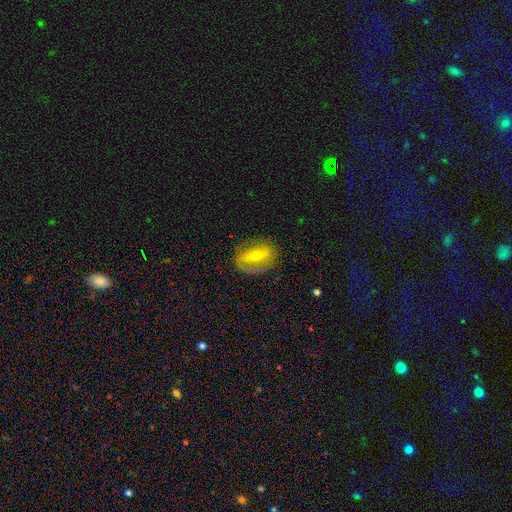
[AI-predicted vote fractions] The model was most divided on "spiral arms": yes: 53%, no: 47%. More confident: edge-on disk — no (88%); merging — none (73%); smooth or featured — featured or disk (66%); bulge size — moderate (53%); bar — strong (51%).